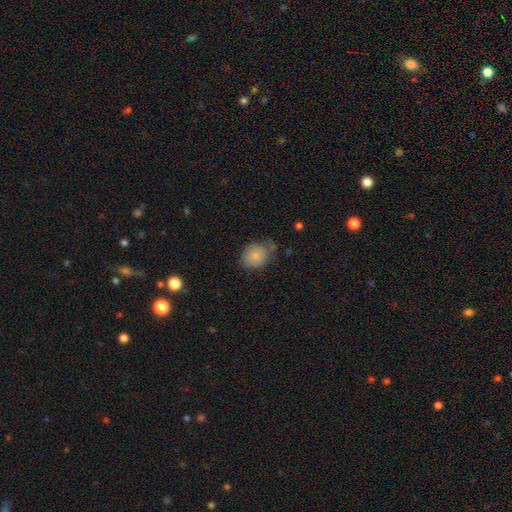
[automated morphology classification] Q: Smooth or featured?
A: smooth (84%); runner-up: star or artifact (8%)
Q: How rounded?
A: round (58%); runner-up: in between (41%)
Q: Merging?
A: none (61%); runner-up: minor disturbance (29%)